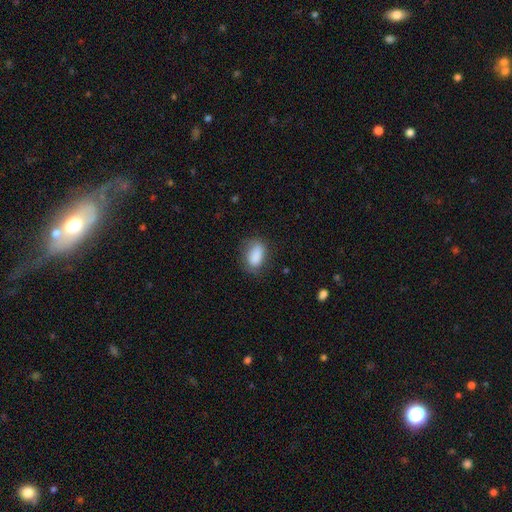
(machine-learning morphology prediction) smooth-or-featured: smooth: 85% | star or artifact: 8% | featured or disk: 7%
  how-rounded: in between: 87% | round: 10% | cigar-shaped: 3%
  merging: none: 65% | minor disturbance: 24% | major disturbance: 9% | merger: 2%